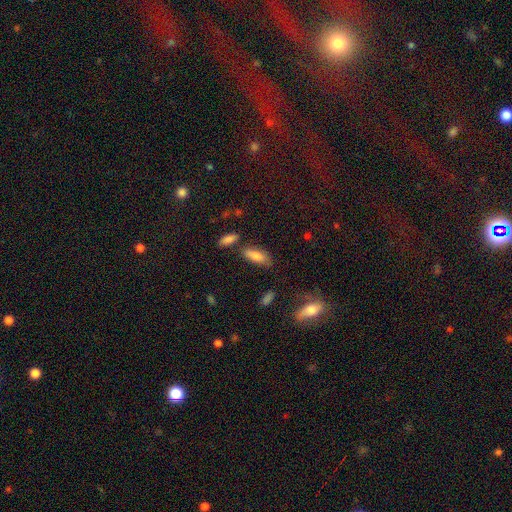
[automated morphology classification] Overall: smooth (78%). How rounded: in between (76%). Merging: none (66%).